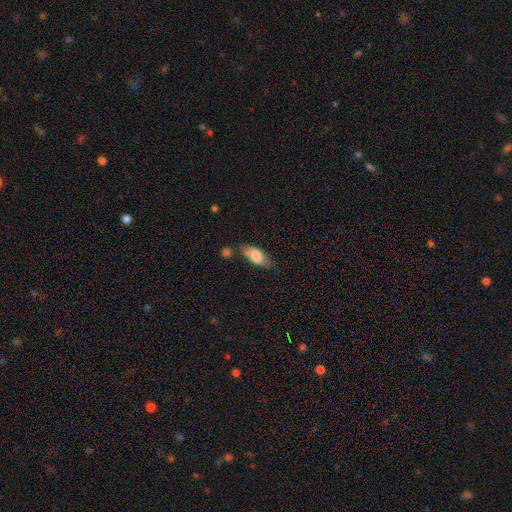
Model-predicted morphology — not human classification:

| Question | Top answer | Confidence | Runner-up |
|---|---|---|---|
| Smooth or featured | smooth | 77% | featured or disk (17%) |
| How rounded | in between | 80% | cigar-shaped (16%) |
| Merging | none | 62% | minor disturbance (21%) |